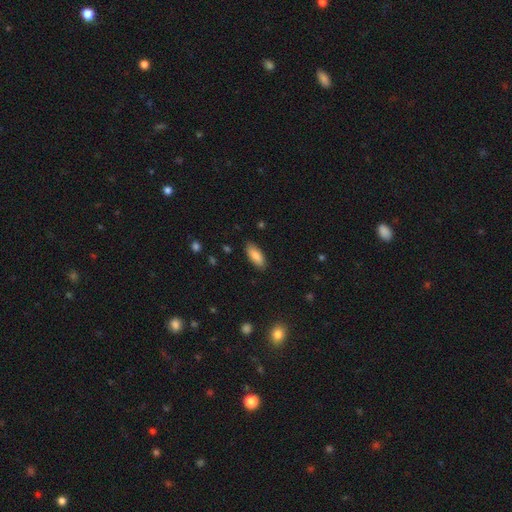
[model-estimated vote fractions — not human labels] Smooth or featured: smooth — 85% (featured or disk — 9%)
How rounded: in between — 78% (cigar-shaped — 21%)
Merging: none — 86% (minor disturbance — 11%)